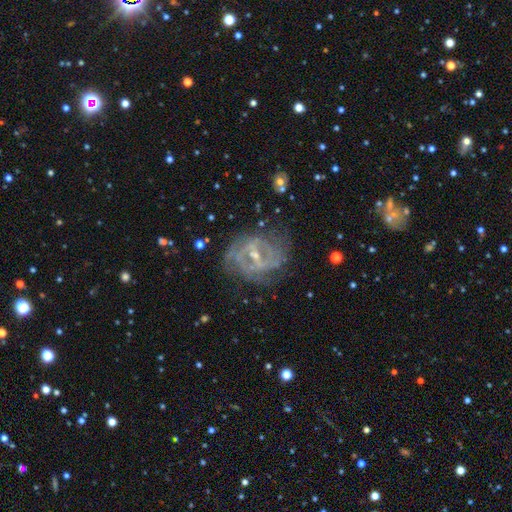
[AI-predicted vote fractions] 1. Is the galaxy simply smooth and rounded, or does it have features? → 85% featured or disk, 8% star or artifact, 8% smooth.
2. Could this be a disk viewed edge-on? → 96% no, 4% yes.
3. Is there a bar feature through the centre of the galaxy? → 44% weak, 40% strong, 17% no.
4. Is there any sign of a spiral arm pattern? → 85% yes, 15% no.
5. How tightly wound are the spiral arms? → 49% tight, 37% medium, 14% loose.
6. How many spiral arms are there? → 38% 2, 34% can't tell, 12% 3, 6% 4, 5% 1, 4% more than 4.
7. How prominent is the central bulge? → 61% small, 33% moderate, 4% none, 1% large, 1% dominant.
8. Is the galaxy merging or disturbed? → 65% none, 20% minor disturbance, 13% major disturbance, 2% merger.